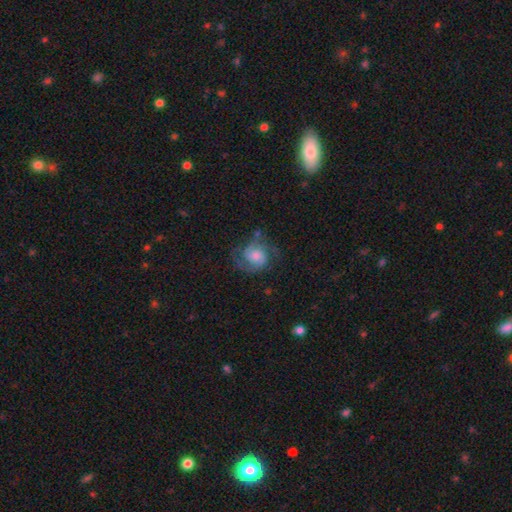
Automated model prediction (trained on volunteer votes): Smooth or featured? Predicted: featured or disk (p=0.77). Edge-on disk? Predicted: no (p=0.98). Bar? Predicted: no (p=0.63). Spiral arms? Predicted: yes (p=0.95). Spiral winding? Predicted: medium (p=0.50). Spiral arm count? Predicted: 2 (p=0.80). Bulge size? Predicted: moderate (p=0.45). Merging? Predicted: none (p=0.66).